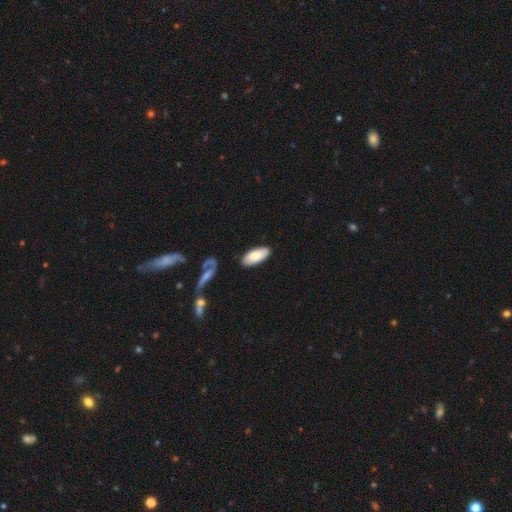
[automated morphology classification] This is clearly a smooth galaxy (81%). How rounded: clearly in between (88%). Merging: clearly none (82%).